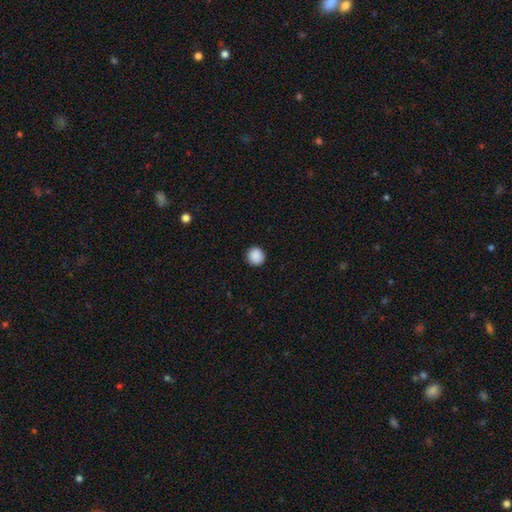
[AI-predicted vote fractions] A smooth galaxy with no disk features (90%) that is round (93%). Merging: none (92%).